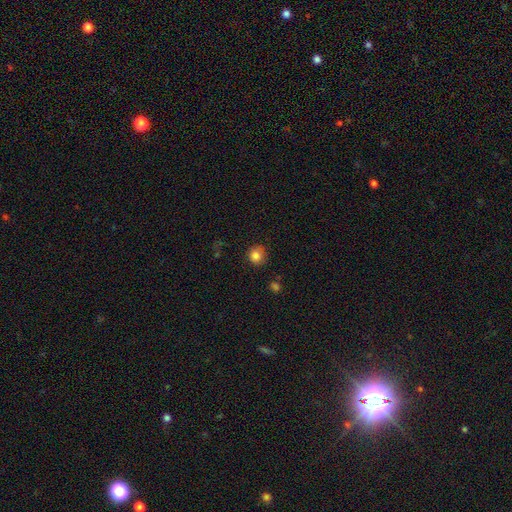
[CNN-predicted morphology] Smooth or featured? Predicted: smooth (p=0.84). How rounded? Predicted: round (p=0.88). Merging? Predicted: none (p=0.80).